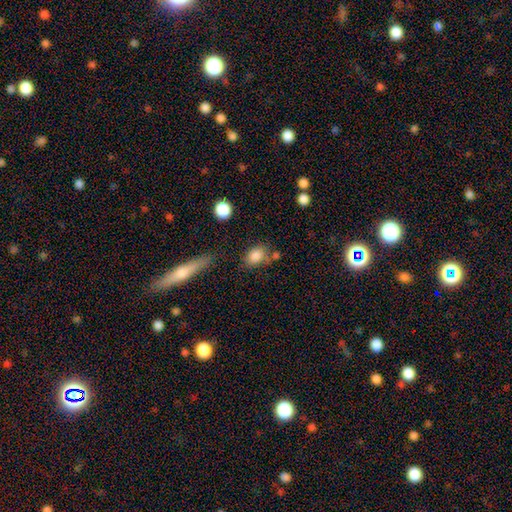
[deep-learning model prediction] smooth_or_featured: smooth (p=0.84) [alt: star or artifact p=0.09]
how_rounded: in between (p=0.74) [alt: round p=0.23]
merging: none (p=0.63) [alt: minor disturbance p=0.18]